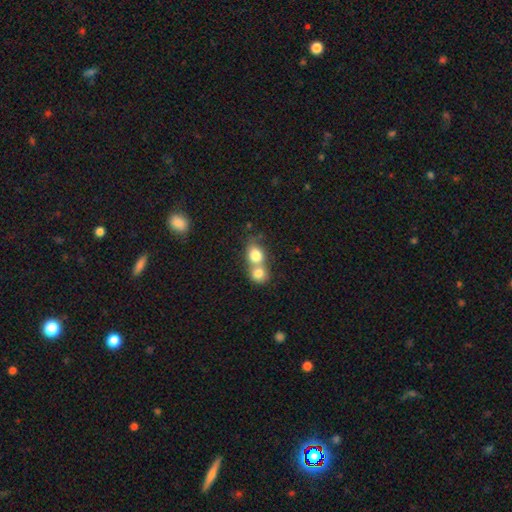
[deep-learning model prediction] Morphology: type=smooth (79%); roundness=round (60%); merging=merger (70%).